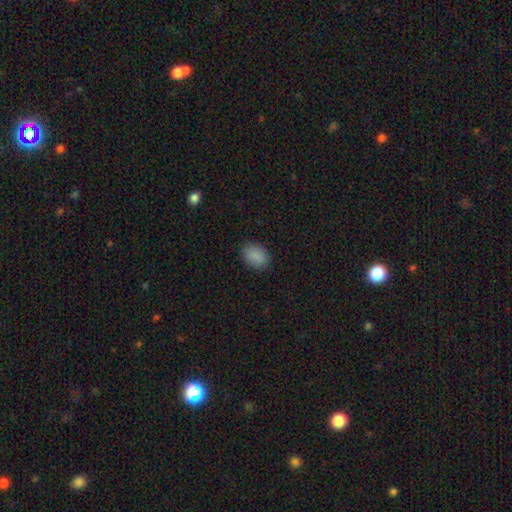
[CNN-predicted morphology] This appears to be a smooth galaxy with no disk features (88%) that is in between round and cigar-shaped (73%). Merging: none (87%).